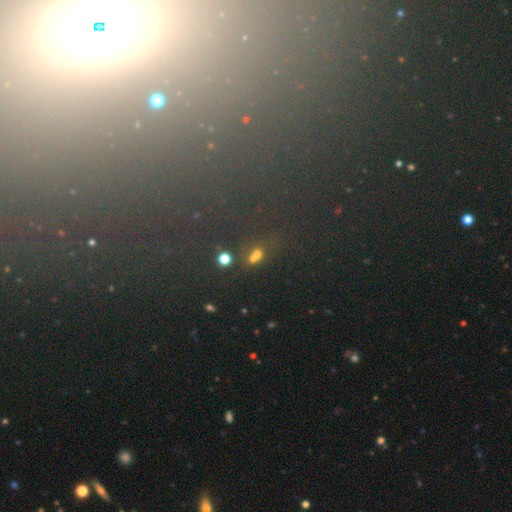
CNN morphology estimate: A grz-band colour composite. It shows a star or artifact, not a galaxy (46%).